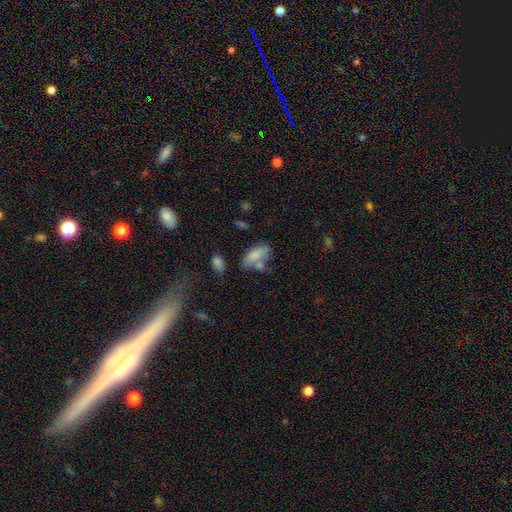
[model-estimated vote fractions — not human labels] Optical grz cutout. It shows a smooth galaxy with no disk features (80%) that is in between round and cigar-shaped (86%). Merging: none (51%).